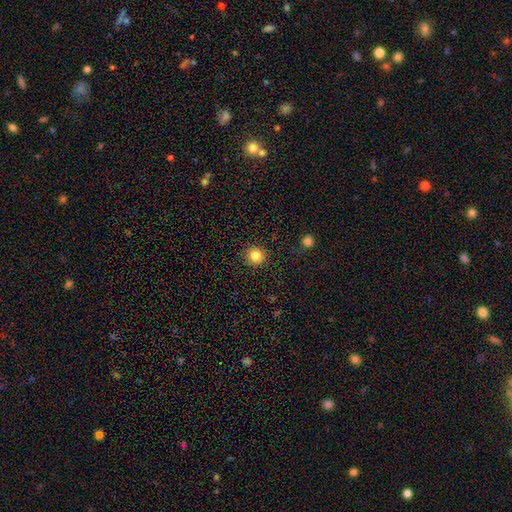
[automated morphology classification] A smooth galaxy with no disk features (84%) that is round (93%).

Vote fractions:
- Smooth or featured? smooth: 84% / star or artifact: 11% / featured or disk: 5%
- How rounded? round: 93% / in between: 6% / cigar-shaped: 1%
- Merging? none: 91% / minor disturbance: 6% / major disturbance: 2% / merger: 1%